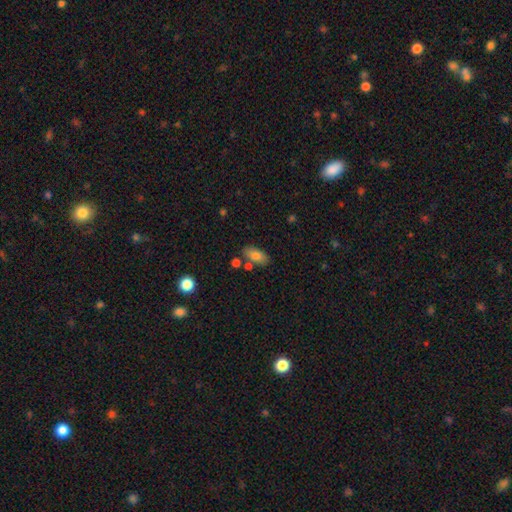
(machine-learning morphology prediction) Q: Smooth or featured?
A: smooth (80%); runner-up: featured or disk (12%)
Q: How rounded?
A: in between (89%); runner-up: cigar-shaped (7%)
Q: Merging?
A: none (72%); runner-up: minor disturbance (13%)